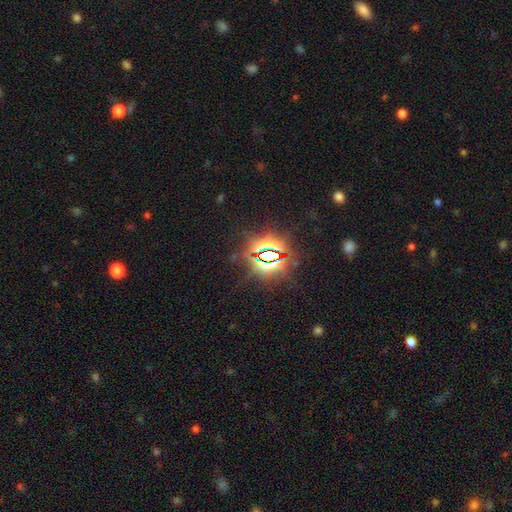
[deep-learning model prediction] star or artifact 85%, featured or disk 8%, smooth 7%.